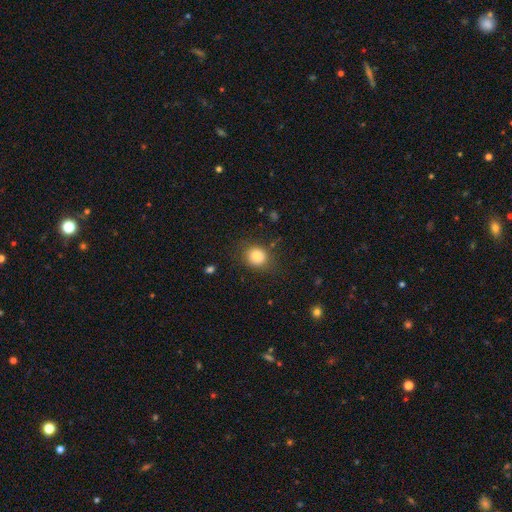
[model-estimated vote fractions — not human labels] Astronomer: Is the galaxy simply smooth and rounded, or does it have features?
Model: smooth — 82%.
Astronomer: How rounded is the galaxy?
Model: round — 78%.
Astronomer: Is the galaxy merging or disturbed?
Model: none — 79%.